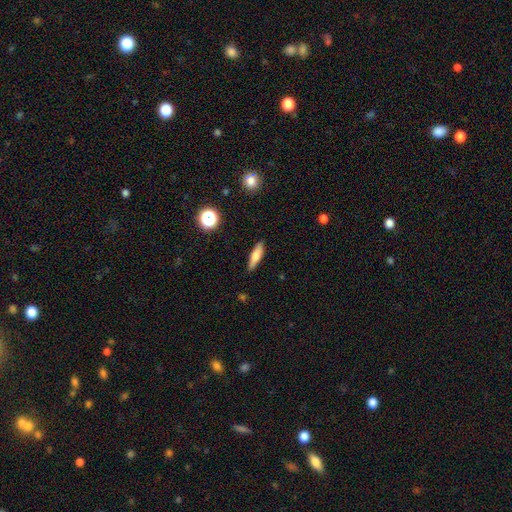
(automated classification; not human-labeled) Morphology: type=smooth (61%); roundness=cigar-shaped (64%); merging=none (88%).